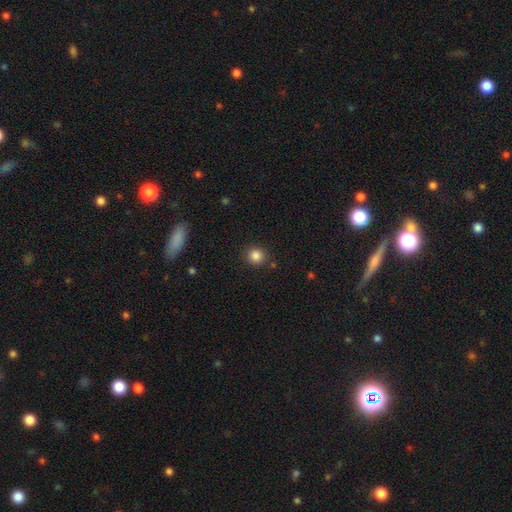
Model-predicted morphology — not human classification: This is clearly a smooth galaxy (85%). How rounded: clearly round (87%). Merging: clearly none (86%).